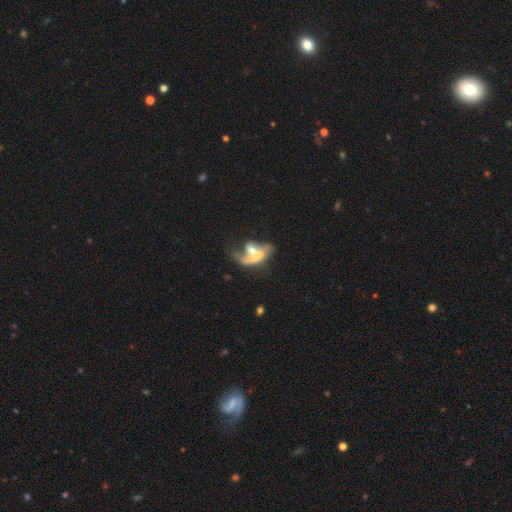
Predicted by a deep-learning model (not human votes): Smooth or featured: featured or disk — 56% (smooth — 36%)
Edge-on disk: no — 92% (yes — 8%)
Bar: no — 65% (weak — 25%)
Spiral arms: yes — 51% (no — 49%)
Bulge size: moderate — 45% (small — 26%)
Merging: merger — 57% (major disturbance — 21%)